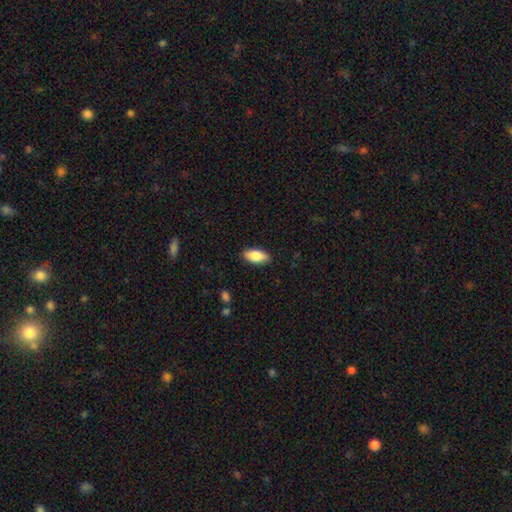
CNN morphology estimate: Smooth or featured: smooth — 84% (featured or disk — 10%)
How rounded: in between — 88% (cigar-shaped — 9%)
Merging: none — 88% (minor disturbance — 9%)